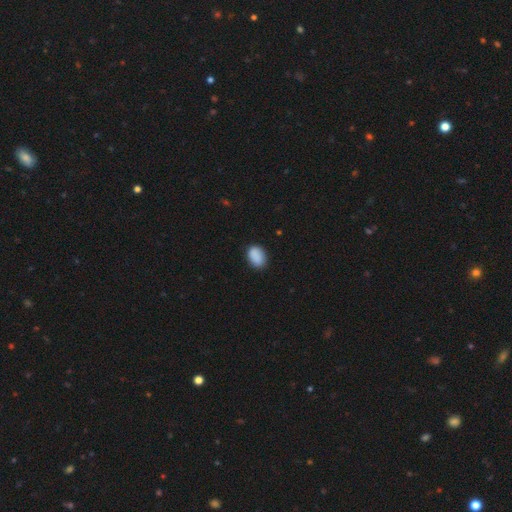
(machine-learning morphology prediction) This appears to be a smooth galaxy with no disk features (90%) that is in between round and cigar-shaped (82%). Merging: none (84%).